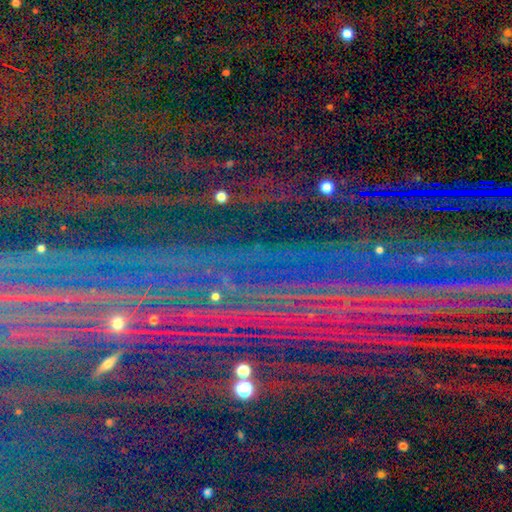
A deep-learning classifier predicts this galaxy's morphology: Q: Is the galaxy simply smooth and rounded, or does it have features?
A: star or artifact — 89%.